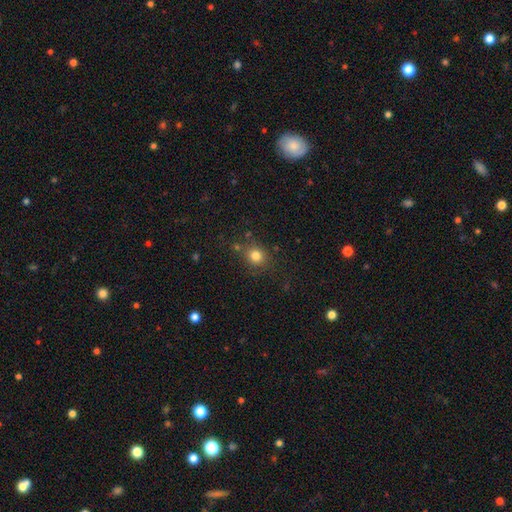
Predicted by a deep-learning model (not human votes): Smooth or featured? smooth (80%)
How rounded? round (80%)
Merging? none (77%)